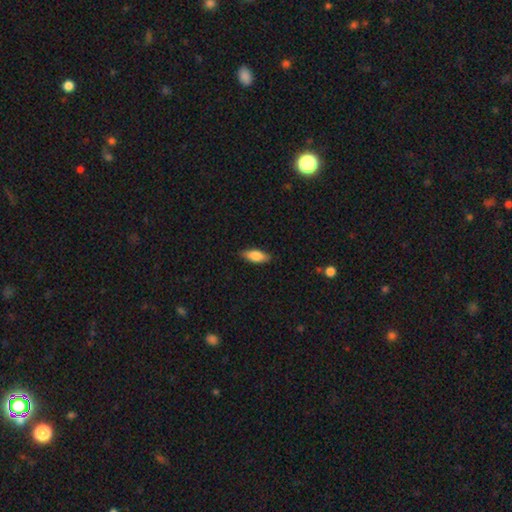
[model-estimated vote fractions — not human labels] Q: Smooth or featured?
A: smooth (79%); runner-up: featured or disk (15%)
Q: How rounded?
A: in between (76%); runner-up: cigar-shaped (22%)
Q: Merging?
A: none (86%); runner-up: minor disturbance (11%)